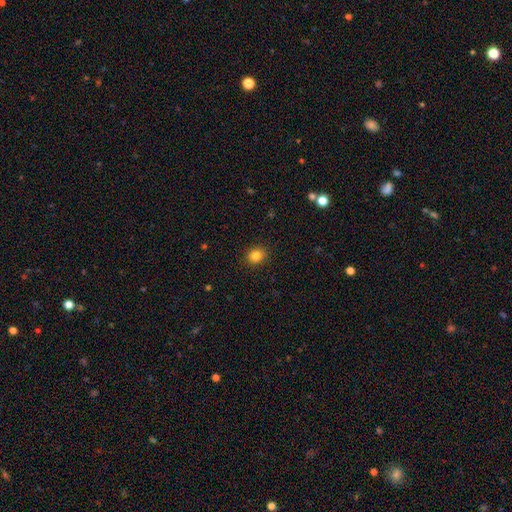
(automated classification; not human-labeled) smooth 84%, star or artifact 11%, featured or disk 5%. Down the decision tree: how rounded — round (73%); merging — none (90%).